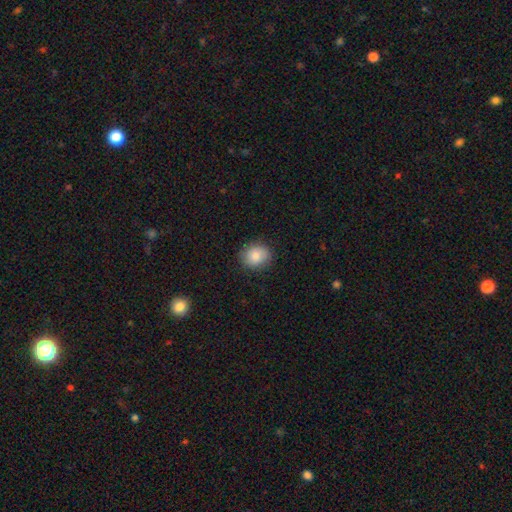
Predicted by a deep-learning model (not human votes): smooth_or_featured: smooth (p=0.84) [alt: star or artifact p=0.08]
how_rounded: round (p=0.71) [alt: in between p=0.28]
merging: none (p=0.86) [alt: minor disturbance p=0.11]